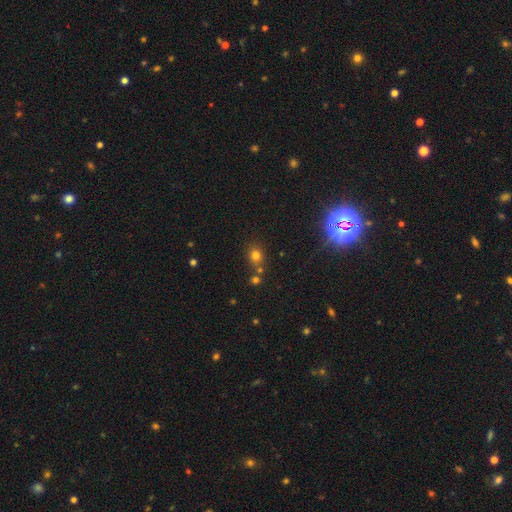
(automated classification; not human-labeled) Smooth or featured: smooth — 72% (star or artifact — 20%)
How rounded: round — 74% (in between — 25%)
Merging: none — 69% (merger — 17%)